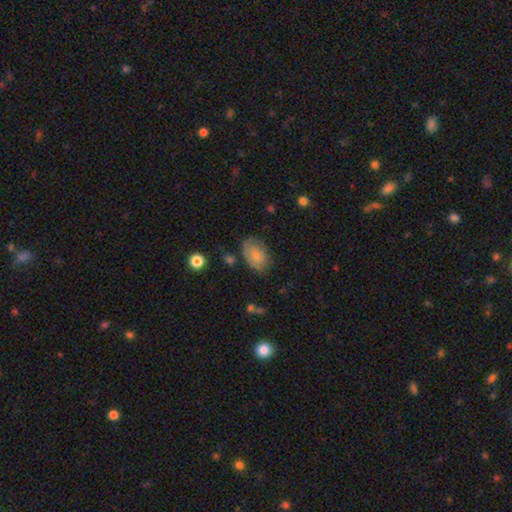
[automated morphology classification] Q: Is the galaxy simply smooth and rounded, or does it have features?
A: smooth — 69%.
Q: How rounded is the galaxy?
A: in between — 84%.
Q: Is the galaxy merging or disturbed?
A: none — 64%.